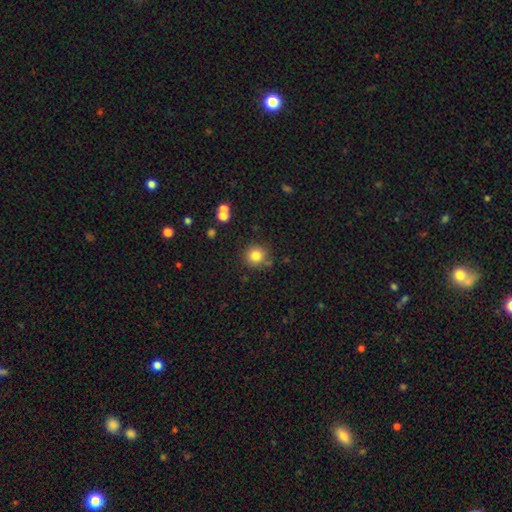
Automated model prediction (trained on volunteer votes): This is clearly a smooth galaxy (82%). How rounded: clearly round (92%). Merging: likely none (79%).